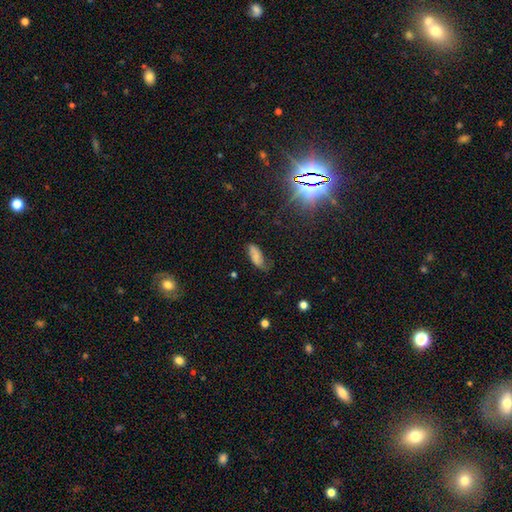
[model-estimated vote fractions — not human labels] Q: Smooth or featured?
A: smooth (67%); runner-up: featured or disk (21%)
Q: How rounded?
A: in between (81%); runner-up: cigar-shaped (16%)
Q: Merging?
A: none (50%); runner-up: minor disturbance (34%)